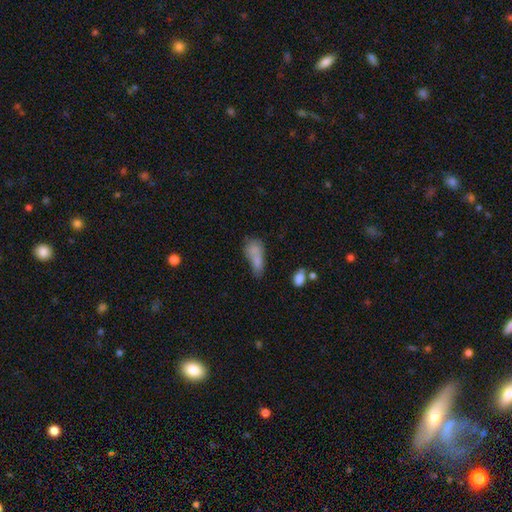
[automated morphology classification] This is likely a smooth galaxy (72%). How rounded: likely in between (71%). Merging: marginally merger (38%).